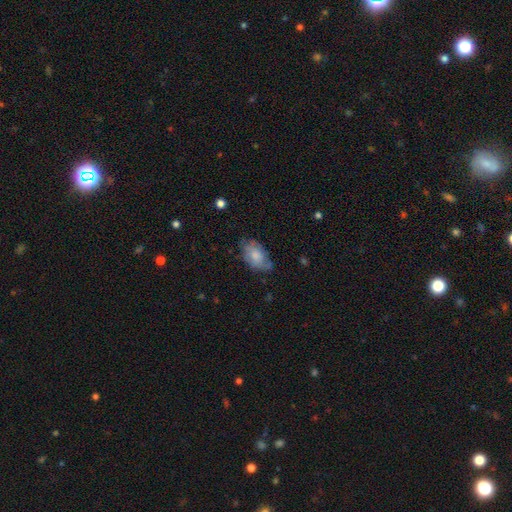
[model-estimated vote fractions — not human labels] smooth 67%, featured or disk 27%, star or artifact 7%. Down the decision tree: how rounded — in between (92%); merging — none (58%).